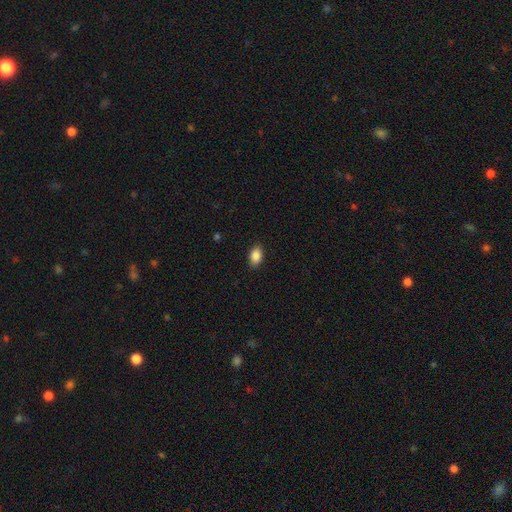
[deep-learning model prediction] smooth_or_featured: smooth (p=0.89) [alt: star or artifact p=0.08]
how_rounded: in between (p=0.89) [alt: round p=0.09]
merging: none (p=0.89) [alt: minor disturbance p=0.08]